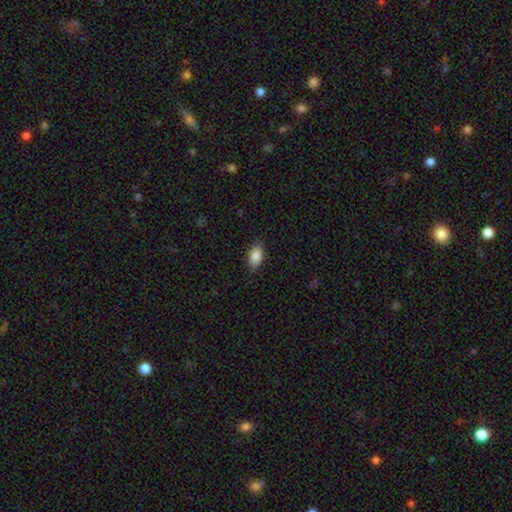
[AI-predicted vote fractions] Smooth or featured? smooth (88%)
How rounded? in between (93%)
Merging? none (86%)